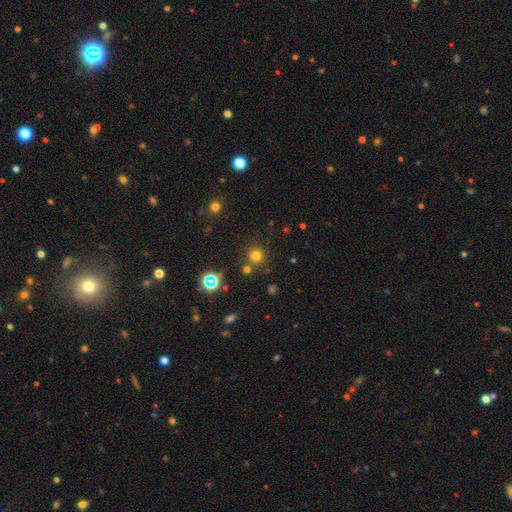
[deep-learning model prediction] smooth 72%, star or artifact 21%, featured or disk 6%. Down the decision tree: how rounded — round (94%); merging — none (80%).